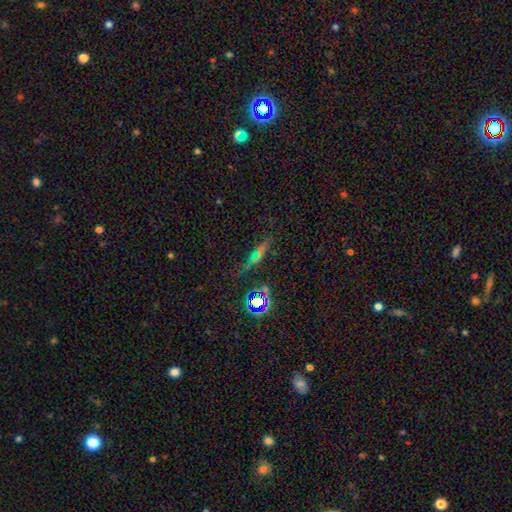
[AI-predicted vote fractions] The model was most divided on "smooth or featured": smooth: 40%, star or artifact: 38%, featured or disk: 22%. More confident: merging — none (66%).